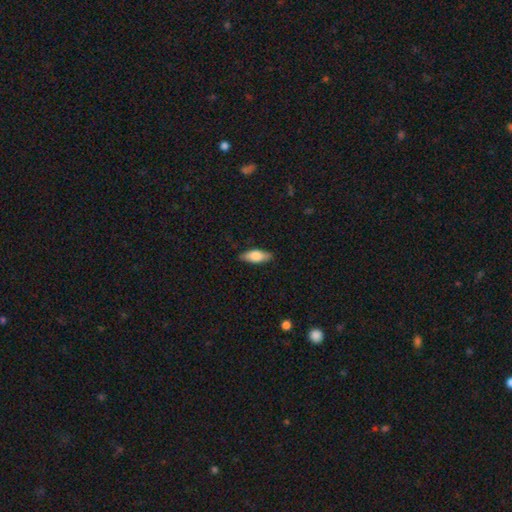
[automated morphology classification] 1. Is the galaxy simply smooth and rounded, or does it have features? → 74% smooth, 19% featured or disk, 6% star or artifact.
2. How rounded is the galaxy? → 76% in between, 21% cigar-shaped, 3% round.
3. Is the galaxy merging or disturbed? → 85% none, 11% minor disturbance, 2% major disturbance, 1% merger.